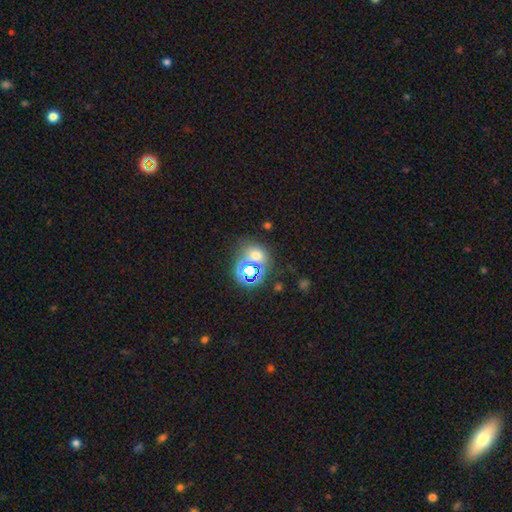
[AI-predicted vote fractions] Smooth or featured?
  - smooth: 53% *
  - star or artifact: 37%
  - featured or disk: 10%
How rounded?
  - round: 59% *
  - in between: 40%
  - cigar-shaped: 1%
Merging?
  - none: 61% *
  - merger: 24%
  - minor disturbance: 10%
  - major disturbance: 5%